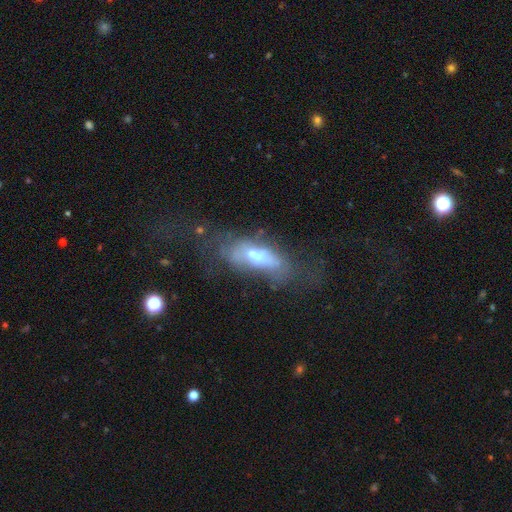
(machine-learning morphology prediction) A featured or disk galaxy (52%). Merging: major disturbance (40%).